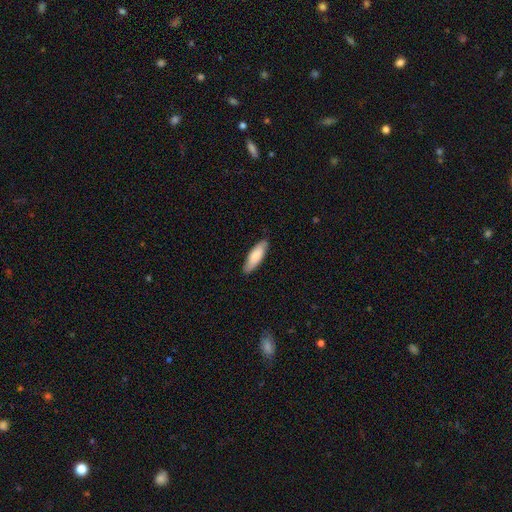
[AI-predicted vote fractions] The model was most divided on "how rounded": in between: 53%, cigar-shaped: 46%, round: 1%. More confident: merging — none (85%); smooth or featured — smooth (80%).